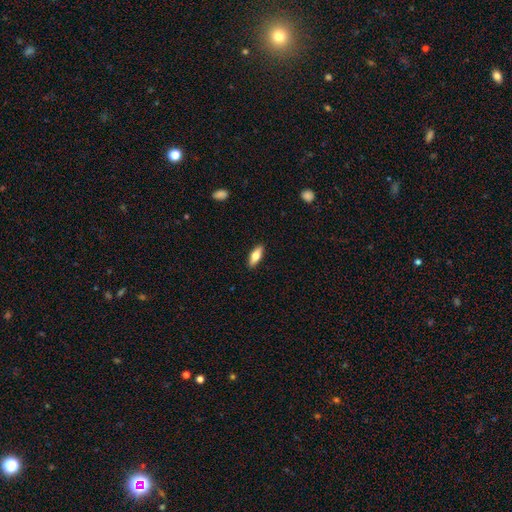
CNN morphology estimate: This appears to be a smooth galaxy with no disk features (70%) that is in between round and cigar-shaped (69%). Merging: none (90%).